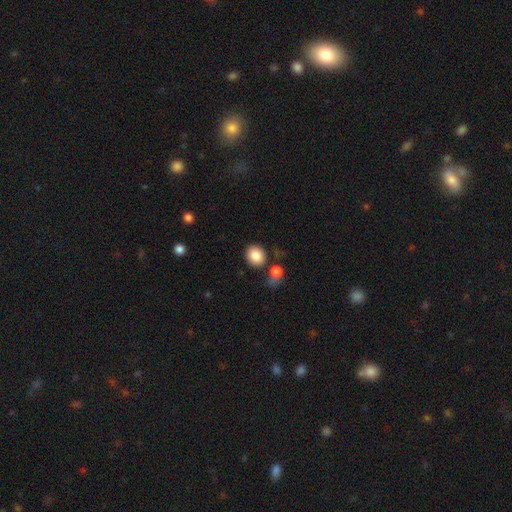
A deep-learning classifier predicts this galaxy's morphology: Smooth or featured?
  - smooth: 86% *
  - star or artifact: 8%
  - featured or disk: 6%
How rounded?
  - round: 75% *
  - in between: 24%
  - cigar-shaped: 1%
Merging?
  - none: 75% *
  - merger: 11%
  - minor disturbance: 11%
  - major disturbance: 4%